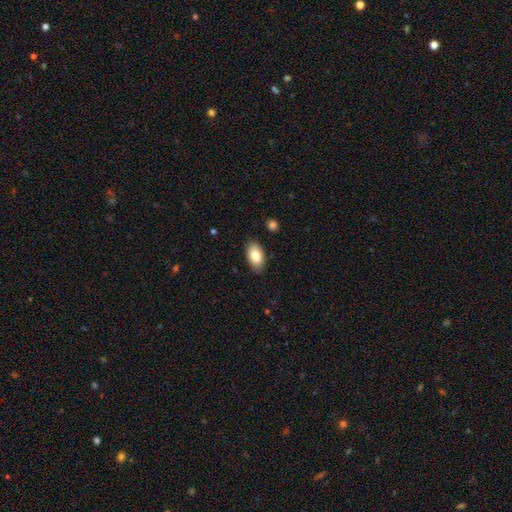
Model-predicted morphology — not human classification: A smooth galaxy with no disk features (81%) that is in between round and cigar-shaped (94%). Merging: none (86%).